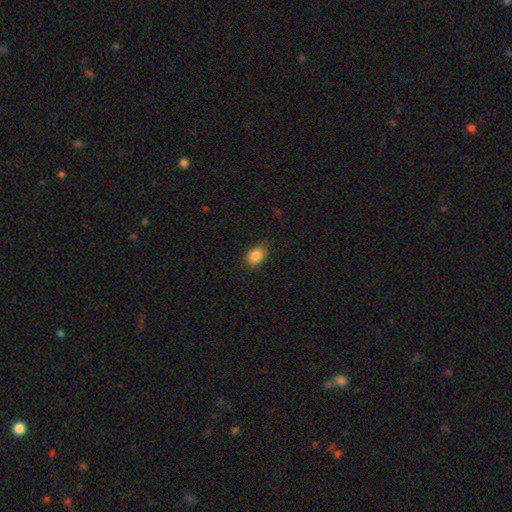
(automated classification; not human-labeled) Morphology: type=smooth (86%); roundness=in between (71%); merging=none (82%).